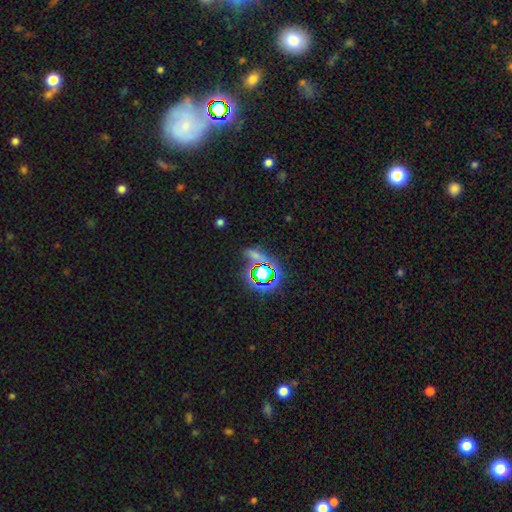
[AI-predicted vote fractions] smooth_or_featured: star or artifact (p=0.54) [alt: smooth p=0.34]